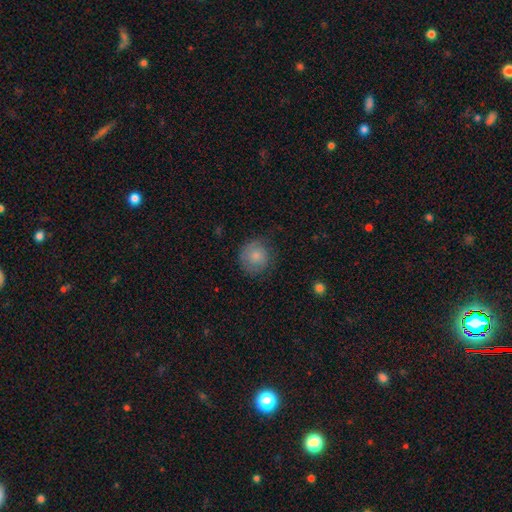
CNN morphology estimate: A smooth galaxy with no disk features (78%) that is round (90%). Merging: none (72%).